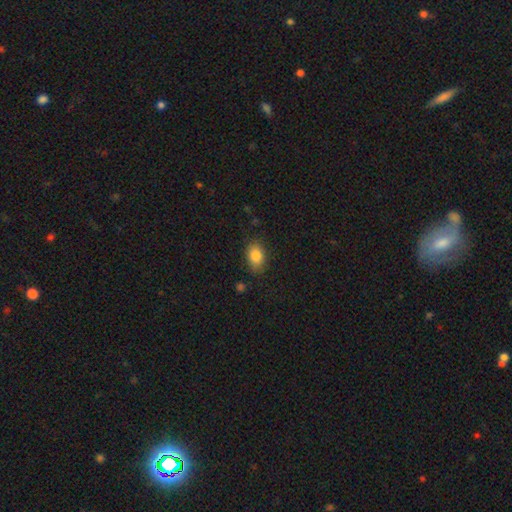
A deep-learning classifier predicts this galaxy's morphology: Smooth or featured?
  - smooth: 85% *
  - star or artifact: 8%
  - featured or disk: 7%
How rounded?
  - in between: 80% *
  - round: 18%
  - cigar-shaped: 1%
Merging?
  - none: 81% *
  - minor disturbance: 14%
  - major disturbance: 3%
  - merger: 1%